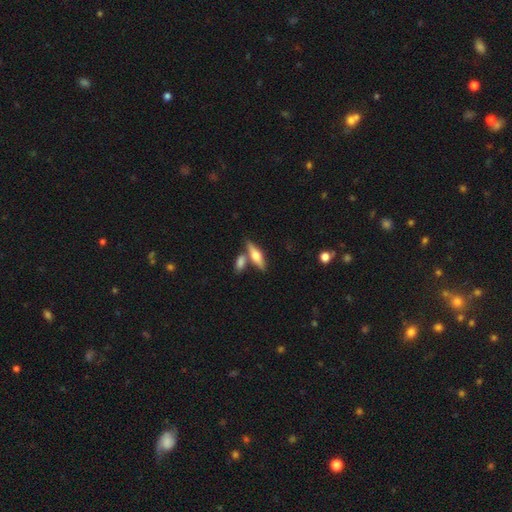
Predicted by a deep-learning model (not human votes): Smooth or featured? featured or disk (48%)
Merging? none (64%)